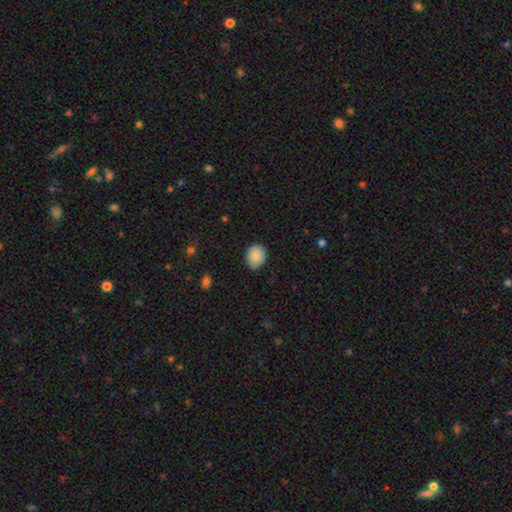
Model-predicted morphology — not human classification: Smooth or featured?
  - smooth: 85% *
  - featured or disk: 8%
  - star or artifact: 8%
How rounded?
  - round: 61% *
  - in between: 39%
  - cigar-shaped: 1%
Merging?
  - none: 80% *
  - minor disturbance: 16%
  - major disturbance: 3%
  - merger: 1%